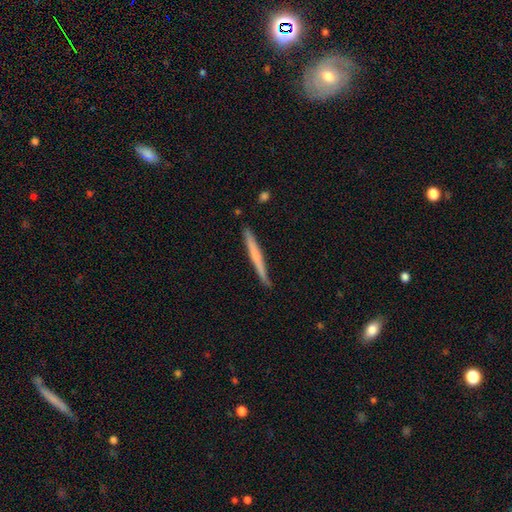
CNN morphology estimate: A smooth galaxy with no disk features (53%) that is cigar-shaped (97%).

Vote fractions:
- Smooth or featured? smooth: 53% / featured or disk: 42% / star or artifact: 5%
- How rounded? cigar-shaped: 97% / in between: 2% / round: 1%
- Merging? none: 90% / minor disturbance: 7% / merger: 1% / major disturbance: 1%